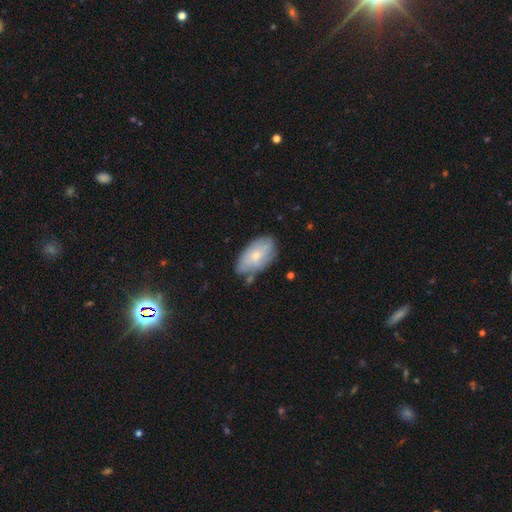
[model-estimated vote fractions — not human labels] Smooth or featured?
  - smooth: 66% *
  - featured or disk: 28%
  - star or artifact: 6%
How rounded?
  - in between: 94% *
  - round: 4%
  - cigar-shaped: 2%
Merging?
  - none: 65% *
  - minor disturbance: 25%
  - major disturbance: 5%
  - merger: 5%